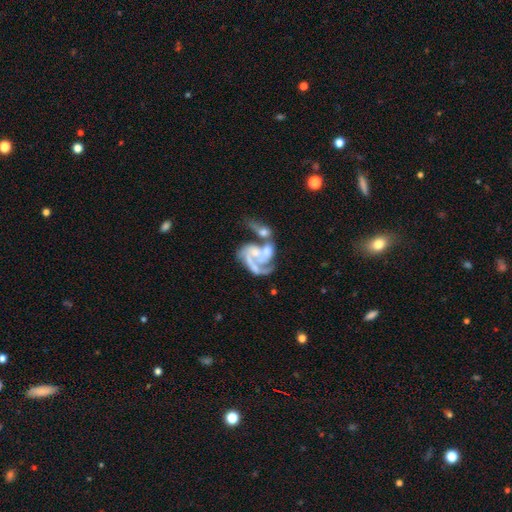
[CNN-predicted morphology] A featured or disk galaxy (79%) with no bar (74%), 2 (35%) medium (39%) spiral arms (77%) and a moderate central bulge (33%). Merging: merger (59%).